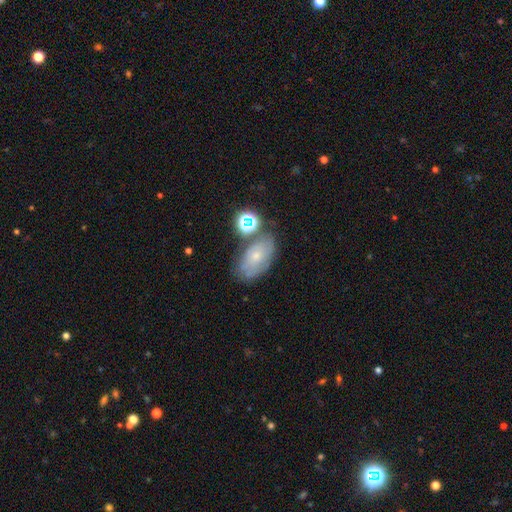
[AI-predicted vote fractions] Q: Smooth or featured?
A: smooth (46%); runner-up: featured or disk (39%)
Q: Merging?
A: none (60%); runner-up: minor disturbance (20%)